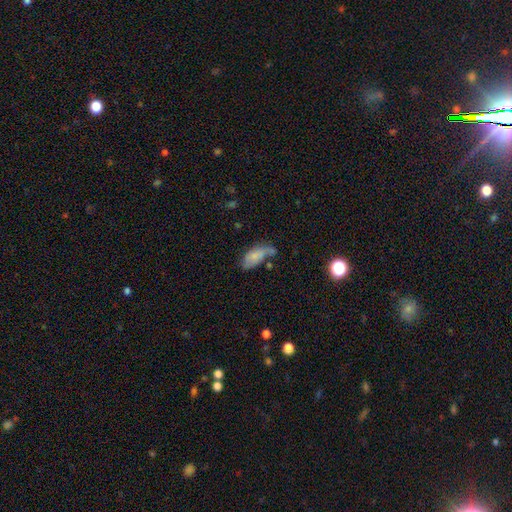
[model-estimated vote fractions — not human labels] smooth_or_featured: smooth (p=0.64) [alt: featured or disk p=0.27]
how_rounded: in between (p=0.86) [alt: cigar-shaped p=0.11]
merging: none (p=0.32) [alt: minor disturbance p=0.30]